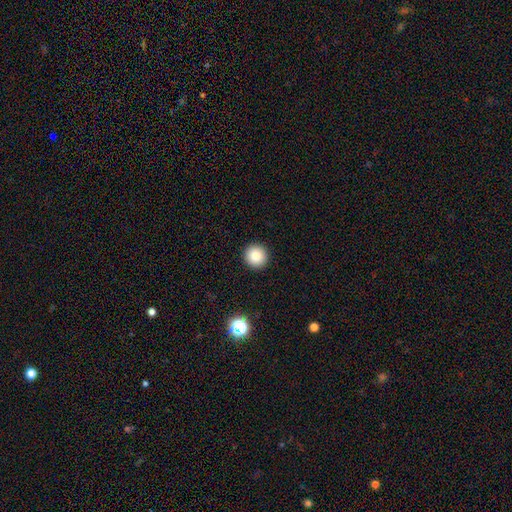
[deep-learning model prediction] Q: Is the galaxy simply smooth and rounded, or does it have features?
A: smooth — 84%.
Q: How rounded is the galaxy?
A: round — 95%.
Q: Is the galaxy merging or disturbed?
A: none — 93%.